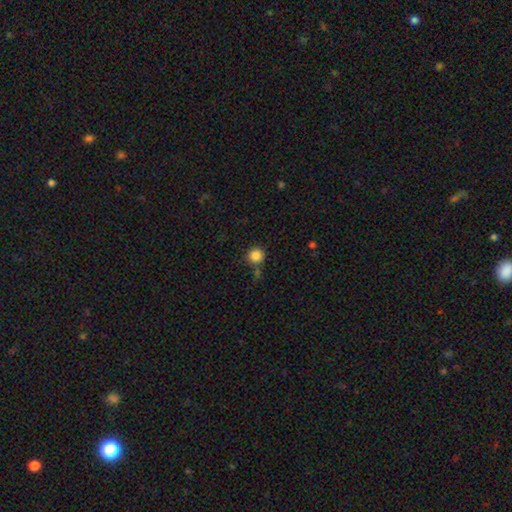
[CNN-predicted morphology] Smooth or featured: smooth — 85% (star or artifact — 11%)
How rounded: round — 93% (in between — 6%)
Merging: none — 77% (minor disturbance — 11%)